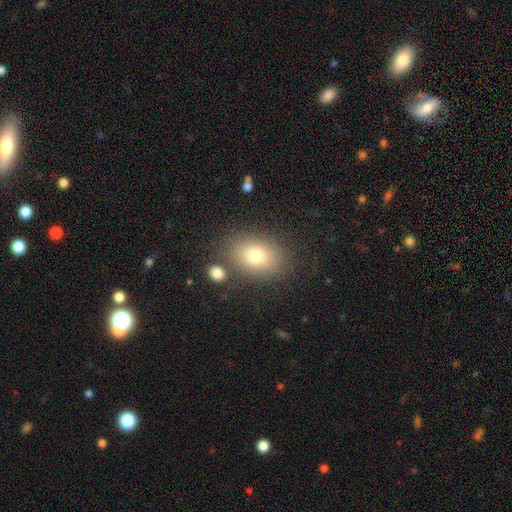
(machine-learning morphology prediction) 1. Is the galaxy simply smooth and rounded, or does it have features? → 77% smooth, 12% featured or disk, 11% star or artifact.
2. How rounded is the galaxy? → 77% in between, 22% round, 1% cigar-shaped.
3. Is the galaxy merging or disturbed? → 80% none, 11% minor disturbance, 5% merger, 4% major disturbance.